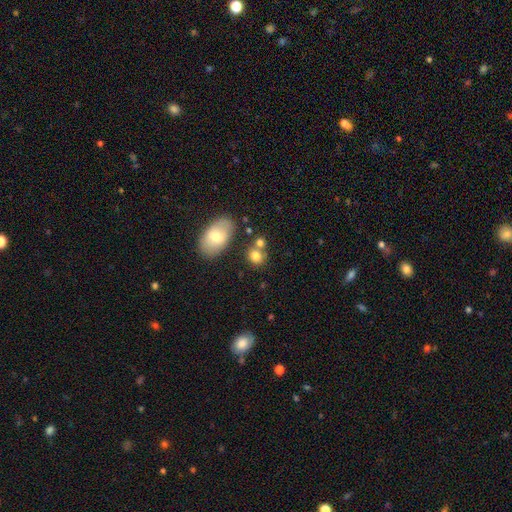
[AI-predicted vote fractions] smooth-or-featured: smooth: 78% | featured or disk: 11% | star or artifact: 10%
  how-rounded: round: 63% | in between: 35% | cigar-shaped: 1%
  merging: none: 59% | merger: 24% | minor disturbance: 12% | major disturbance: 4%